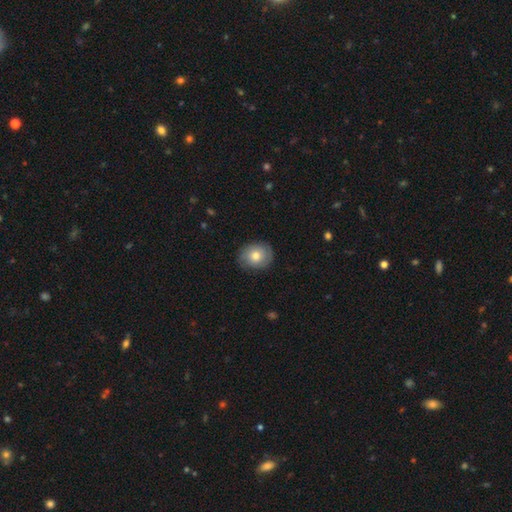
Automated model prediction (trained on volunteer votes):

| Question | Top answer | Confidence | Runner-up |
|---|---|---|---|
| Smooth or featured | smooth | 70% | featured or disk (23%) |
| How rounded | round | 63% | in between (36%) |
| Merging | none | 81% | minor disturbance (14%) |